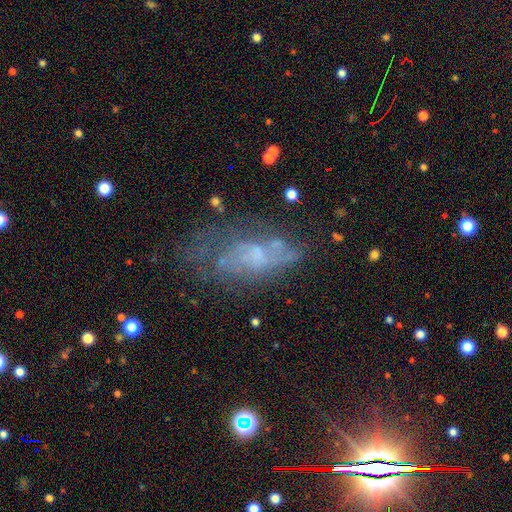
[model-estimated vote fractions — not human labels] Overall: featured or disk (58%; smooth 28%). Edge-on disk: no (91%). Bar: no (74%). Spiral arms: no (56%; yes 44%). Bulge size: none (45%; small 33%). Merging: none (42%; major disturbance 27%).